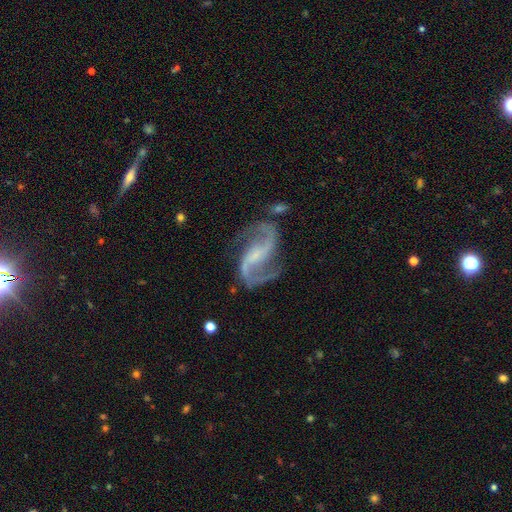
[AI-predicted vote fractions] Morphology: type=featured or disk (93%); edge-on=no (98%); bar=weak (40%); spiral arms=yes (98%); winding=loose (46%); arm count=2 (92%); bulge=small (64%); merging=none (72%).